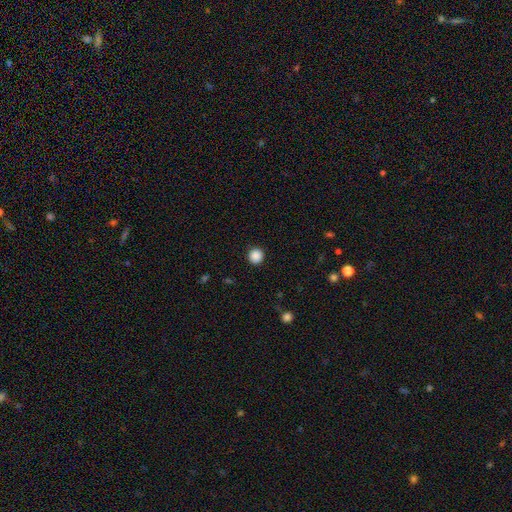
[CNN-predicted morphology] Smooth or featured?
  - smooth: 88% *
  - star or artifact: 10%
  - featured or disk: 2%
How rounded?
  - round: 95% *
  - in between: 4%
  - cigar-shaped: 1%
Merging?
  - none: 92% *
  - minor disturbance: 5%
  - major disturbance: 2%
  - merger: 1%